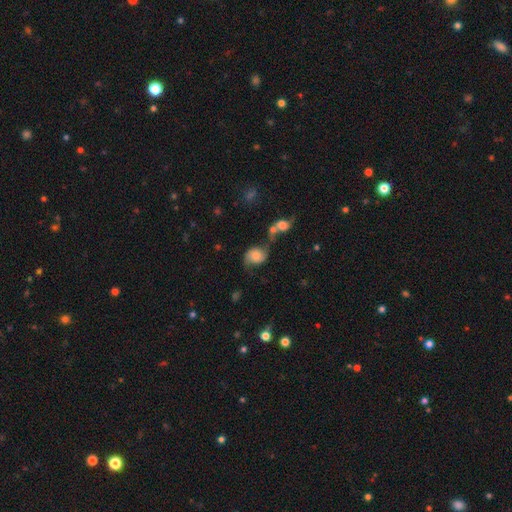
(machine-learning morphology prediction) featured or disk 56%, smooth 34%, star or artifact 10%. Down the decision tree: edge-on disk — no (97%); bar — no (72%); spiral arms — yes (90%); bulge size — moderate (36%); merging — none (43%).